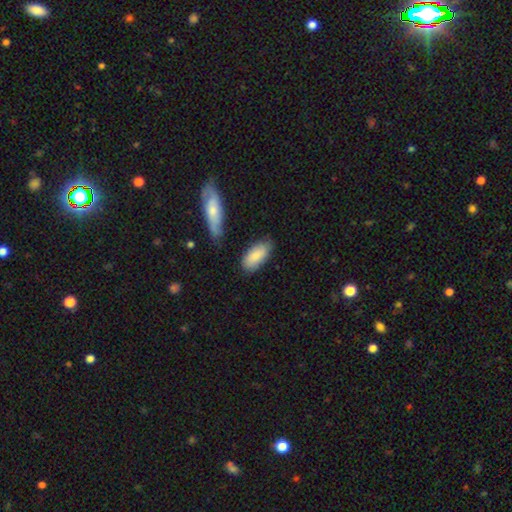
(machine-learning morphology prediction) A smooth galaxy with no disk features (82%) that is in between round and cigar-shaped (90%). Merging: none (72%).